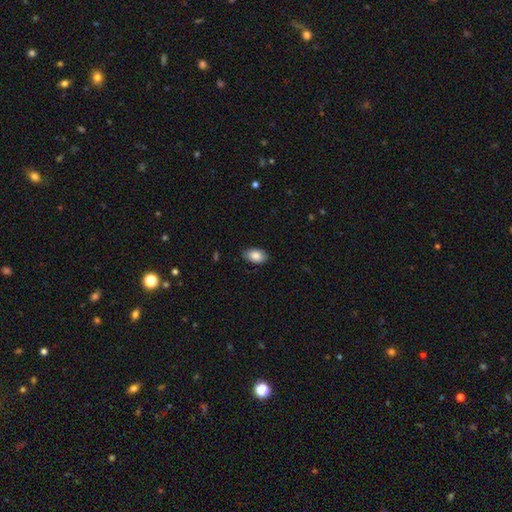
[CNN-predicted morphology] Smooth or featured: smooth — 87% (star or artifact — 7%)
How rounded: in between — 91% (round — 7%)
Merging: none — 84% (minor disturbance — 12%)